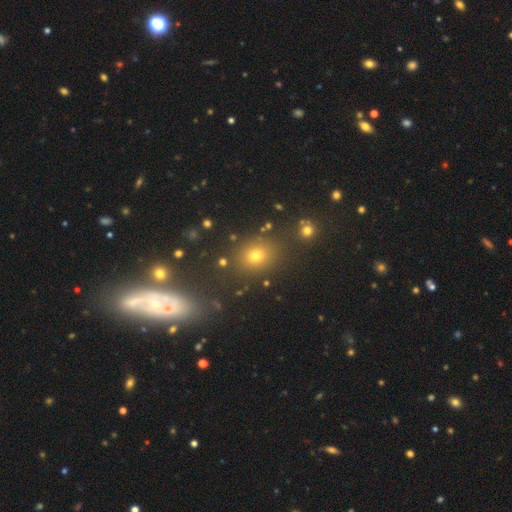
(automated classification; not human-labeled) Smooth or featured: smooth — 66% (star or artifact — 24%)
How rounded: round — 58% (in between — 41%)
Merging: none — 82% (minor disturbance — 9%)